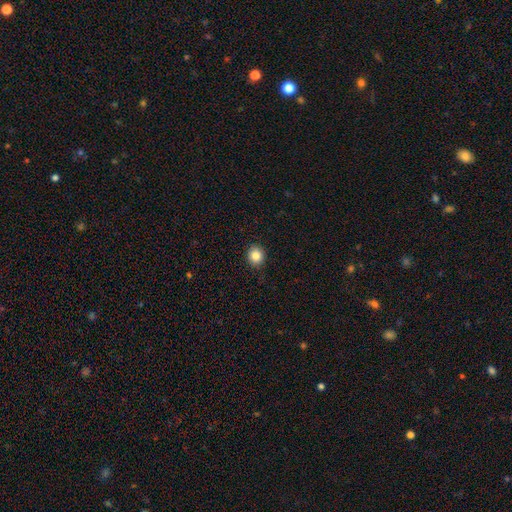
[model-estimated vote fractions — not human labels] Overall: smooth (85%). How rounded: round (83%). Merging: none (91%).